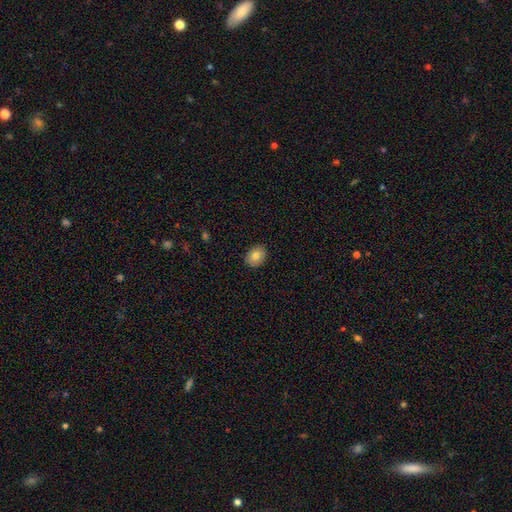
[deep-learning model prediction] Smooth or featured? smooth (78%)
How rounded? round (51%)
Merging? none (89%)